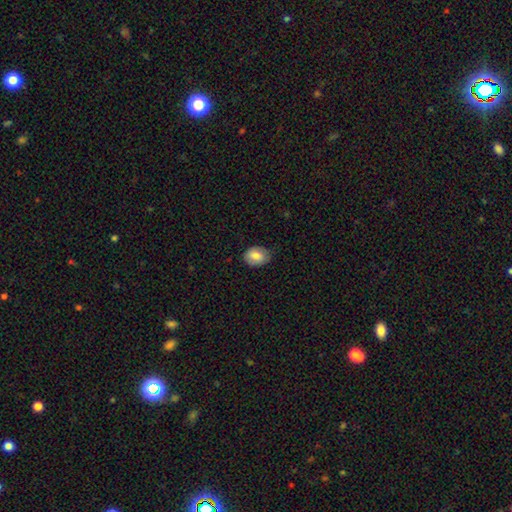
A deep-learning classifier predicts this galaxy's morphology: Smooth or featured?
  - smooth: 79% *
  - featured or disk: 14%
  - star or artifact: 7%
How rounded?
  - in between: 74% *
  - round: 25%
  - cigar-shaped: 1%
Merging?
  - none: 76% *
  - minor disturbance: 19%
  - major disturbance: 4%
  - merger: 1%